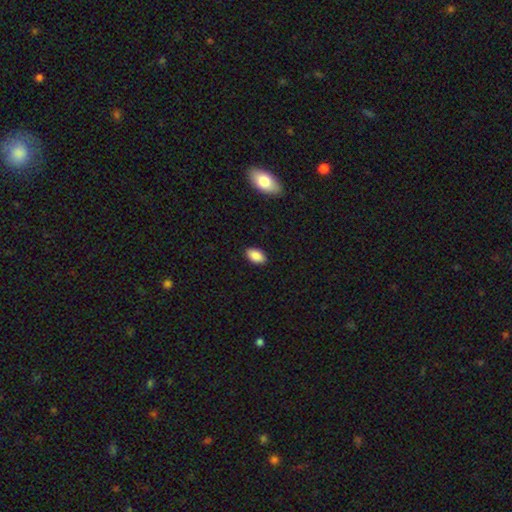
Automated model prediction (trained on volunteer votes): smooth_or_featured: smooth (p=0.88) [alt: star or artifact p=0.07]
how_rounded: in between (p=0.93) [alt: round p=0.04]
merging: none (p=0.89) [alt: minor disturbance p=0.08]